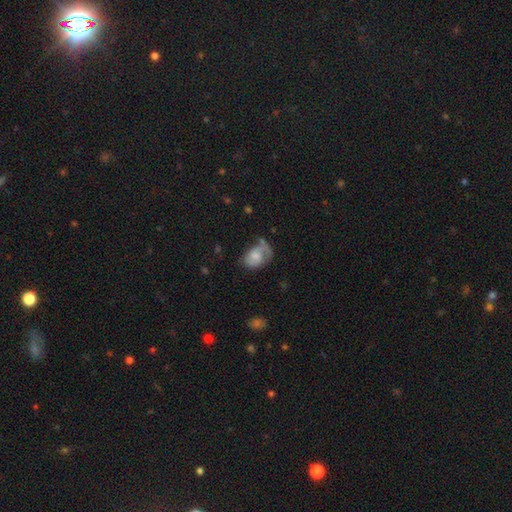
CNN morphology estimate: A smooth galaxy with no disk features (52%) that is in between round and cigar-shaped (77%). Merging: none (34%).